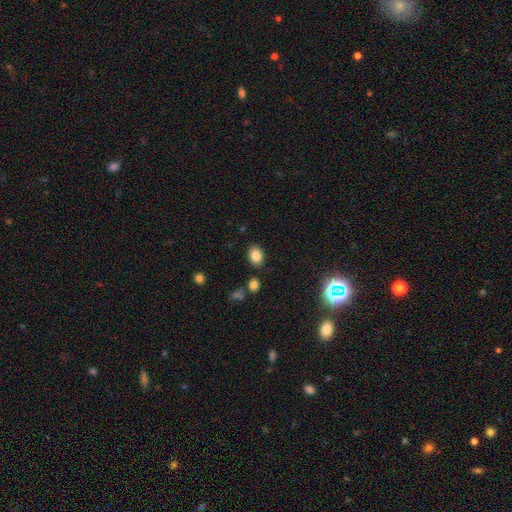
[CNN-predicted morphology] smooth_or_featured: smooth (p=0.83) [alt: star or artifact p=0.11]
how_rounded: in between (p=0.70) [alt: round p=0.29]
merging: none (p=0.84) [alt: minor disturbance p=0.10]